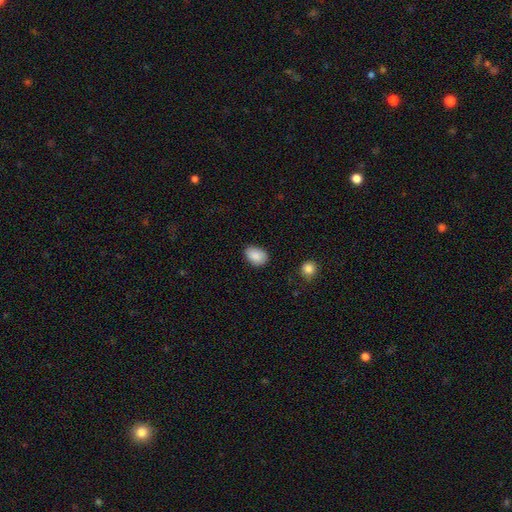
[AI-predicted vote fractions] The model was most divided on "how rounded": in between: 81%, round: 18%, cigar-shaped: 1%. More confident: smooth or featured — smooth (89%); merging — none (80%).